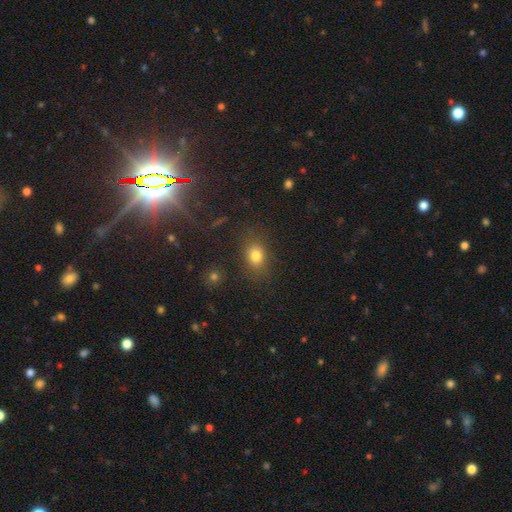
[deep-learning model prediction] Smooth or featured? Predicted: smooth (p=0.78). How rounded? Predicted: in between (p=0.54). Merging? Predicted: none (p=0.78).